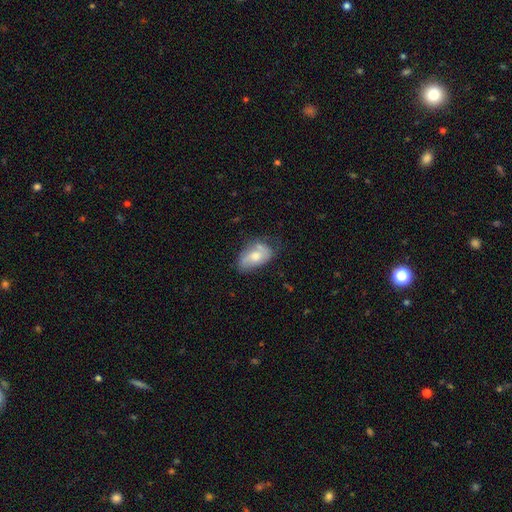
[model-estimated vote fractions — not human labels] Morphology: type=smooth (54%); roundness=in between (91%); merging=none (47%).